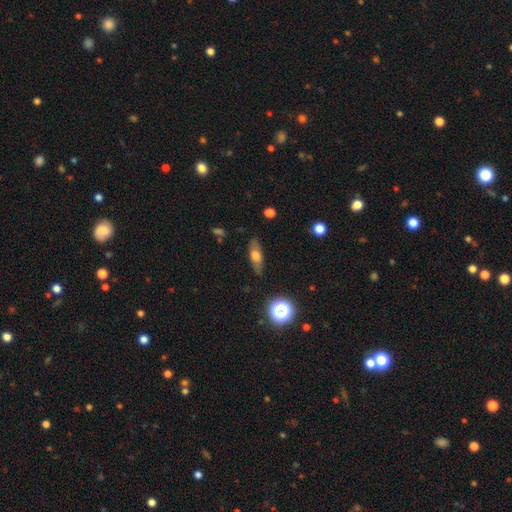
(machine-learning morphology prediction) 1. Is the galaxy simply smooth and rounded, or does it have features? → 57% smooth, 33% featured or disk, 9% star or artifact.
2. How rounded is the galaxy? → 60% in between, 33% cigar-shaped, 7% round.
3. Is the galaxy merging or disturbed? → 83% none, 13% minor disturbance, 3% major disturbance, 2% merger.